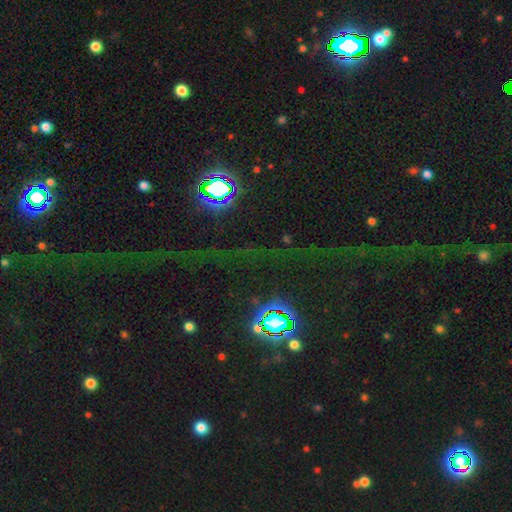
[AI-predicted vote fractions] This is likely a star or artifact rather than a galaxy (79%).